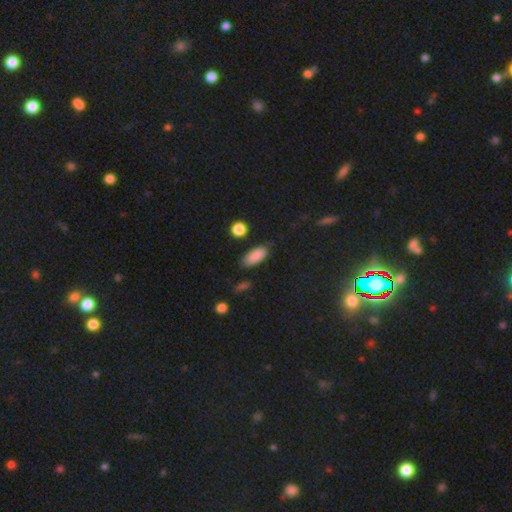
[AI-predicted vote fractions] Smooth or featured?
  - smooth: 85% *
  - star or artifact: 9%
  - featured or disk: 6%
How rounded?
  - in between: 84% *
  - cigar-shaped: 13%
  - round: 3%
Merging?
  - none: 77% *
  - minor disturbance: 16%
  - major disturbance: 4%
  - merger: 3%